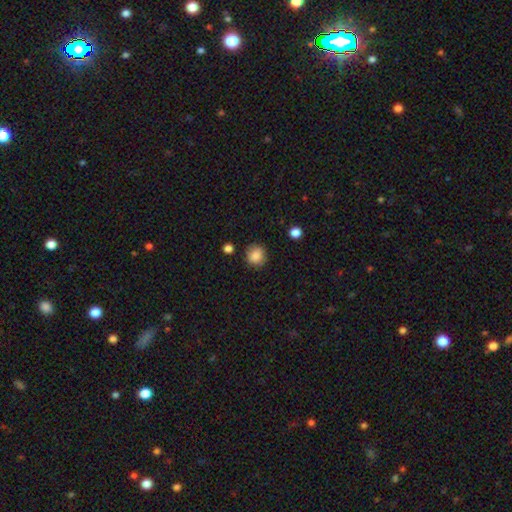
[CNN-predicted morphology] The model was most divided on "merging": none: 84%, minor disturbance: 11%, major disturbance: 3%, merger: 2%. More confident: how rounded — round (89%); smooth or featured — smooth (86%).